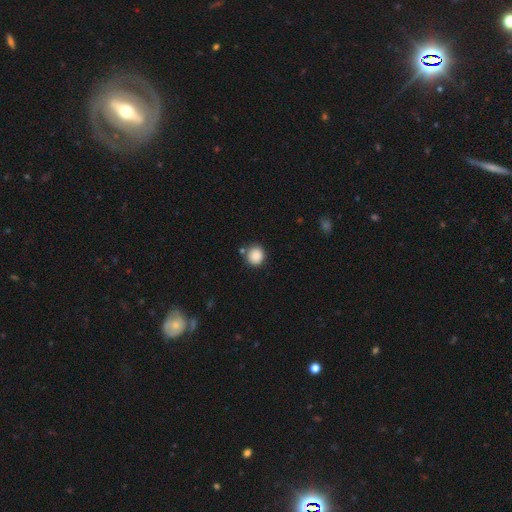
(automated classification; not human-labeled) Q: Smooth or featured?
A: smooth (88%); runner-up: star or artifact (9%)
Q: How rounded?
A: round (88%); runner-up: in between (11%)
Q: Merging?
A: none (79%); runner-up: minor disturbance (11%)